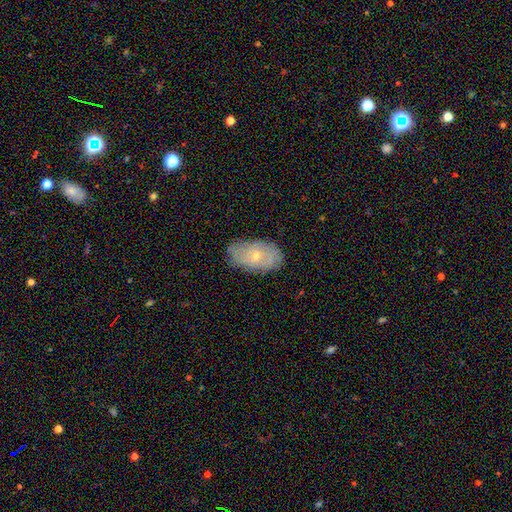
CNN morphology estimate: This appears to be a featured or disk galaxy (49%). Merging: none (75%).